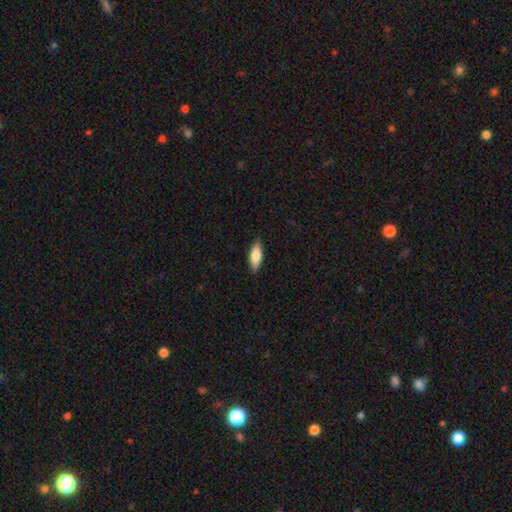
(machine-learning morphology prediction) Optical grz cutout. It shows a smooth galaxy with no disk features (75%) that is in between round and cigar-shaped (68%). Merging: none (87%).